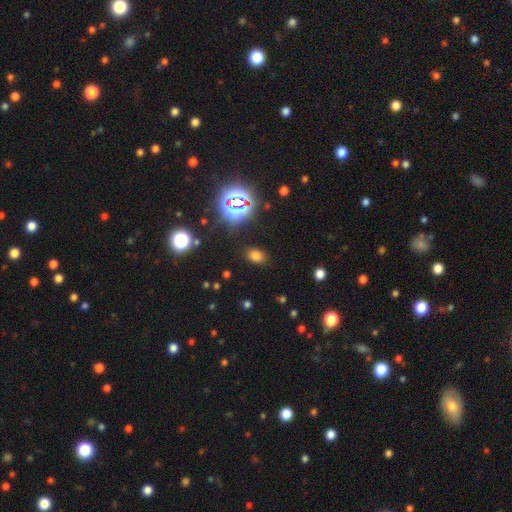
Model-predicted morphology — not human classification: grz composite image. It shows a smooth galaxy with no disk features (68%) that is in between round and cigar-shaped (77%). Merging: none (86%).